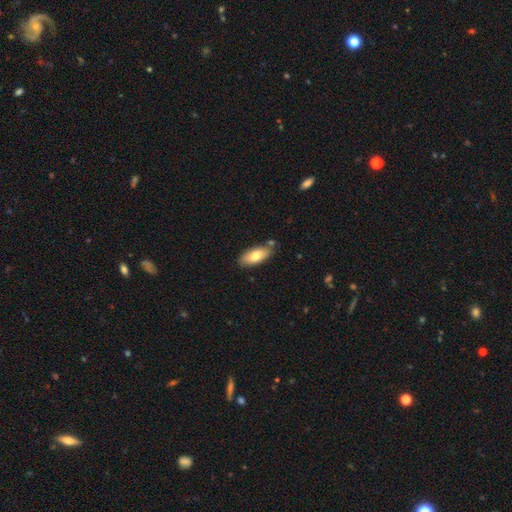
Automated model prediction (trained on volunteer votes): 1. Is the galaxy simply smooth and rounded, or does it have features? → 76% smooth, 17% featured or disk, 6% star or artifact.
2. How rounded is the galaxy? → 82% in between, 16% cigar-shaped, 2% round.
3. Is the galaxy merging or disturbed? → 80% none, 13% minor disturbance, 5% merger, 2% major disturbance.